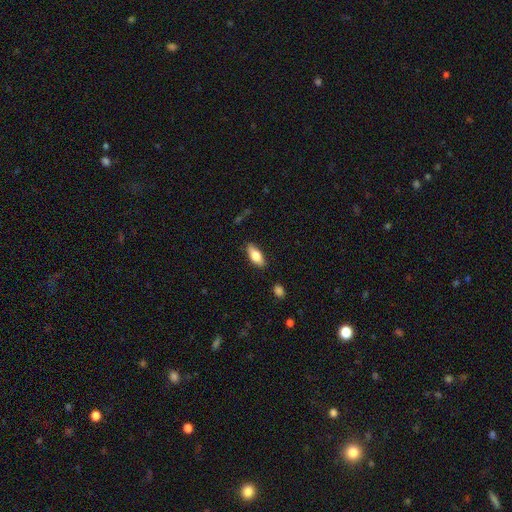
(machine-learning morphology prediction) Q: Smooth or featured?
A: smooth (77%); runner-up: featured or disk (17%)
Q: How rounded?
A: in between (83%); runner-up: cigar-shaped (14%)
Q: Merging?
A: none (86%); runner-up: minor disturbance (11%)